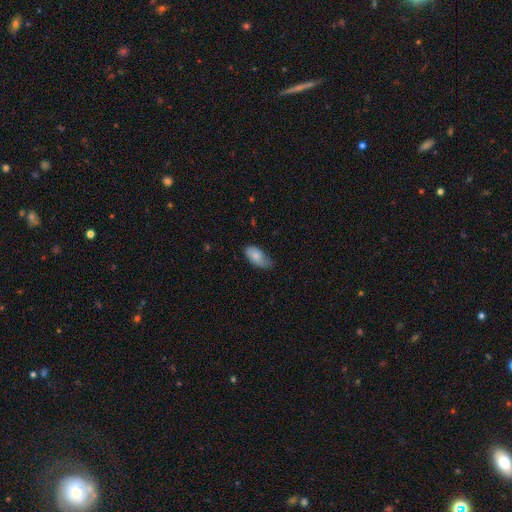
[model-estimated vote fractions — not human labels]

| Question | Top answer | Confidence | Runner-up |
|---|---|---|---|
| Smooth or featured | smooth | 79% | featured or disk (15%) |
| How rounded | in between | 93% | cigar-shaped (4%) |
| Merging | none | 49% | minor disturbance (40%) |